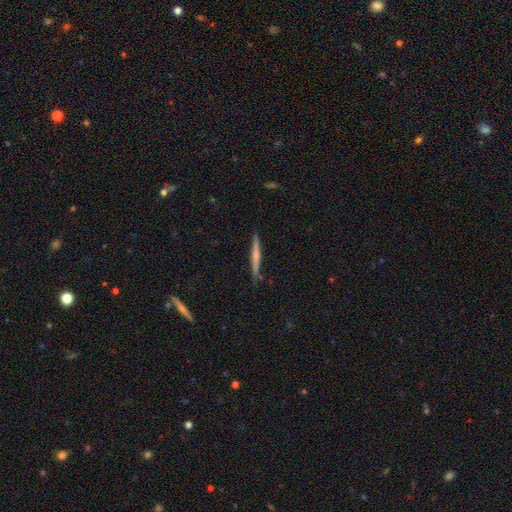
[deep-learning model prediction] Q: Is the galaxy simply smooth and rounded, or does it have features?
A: featured or disk — 51%.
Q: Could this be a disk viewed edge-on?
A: yes — 97%.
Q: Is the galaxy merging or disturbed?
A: none — 87%.